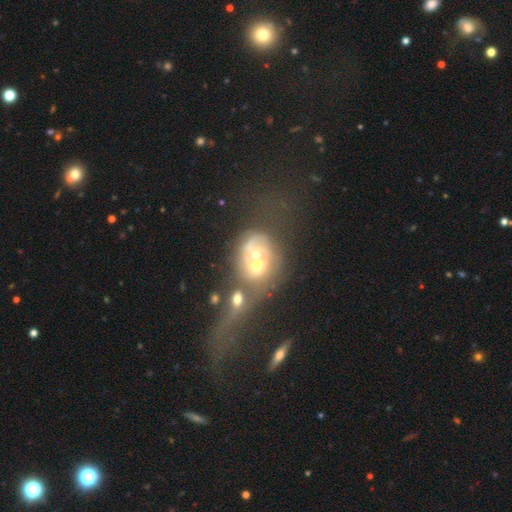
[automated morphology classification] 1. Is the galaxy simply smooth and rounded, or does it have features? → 46% featured or disk, 41% smooth, 13% star or artifact.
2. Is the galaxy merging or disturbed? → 73% merger, 12% none, 10% major disturbance, 6% minor disturbance.